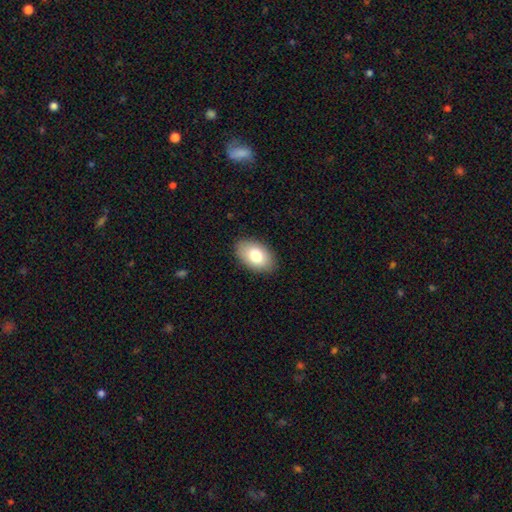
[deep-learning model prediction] This is likely a smooth galaxy (79%). How rounded: clearly in between (92%). Merging: clearly none (88%).